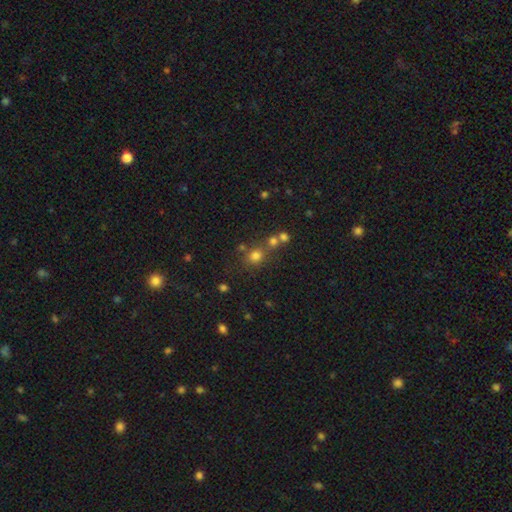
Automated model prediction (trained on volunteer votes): Smooth or featured?
  - smooth: 72% *
  - star or artifact: 20%
  - featured or disk: 9%
How rounded?
  - round: 84% *
  - in between: 15%
  - cigar-shaped: 1%
Merging?
  - none: 60% *
  - merger: 26%
  - minor disturbance: 9%
  - major disturbance: 5%